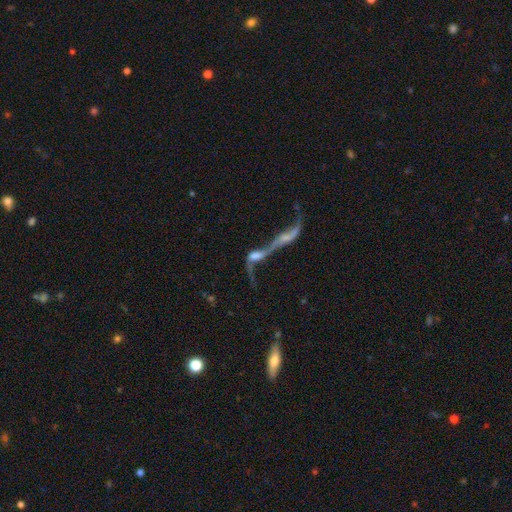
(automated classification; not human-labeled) featured or disk 60%, smooth 27%, star or artifact 12%. Down the decision tree: edge-on disk — no (82%); merging — merger (79%).